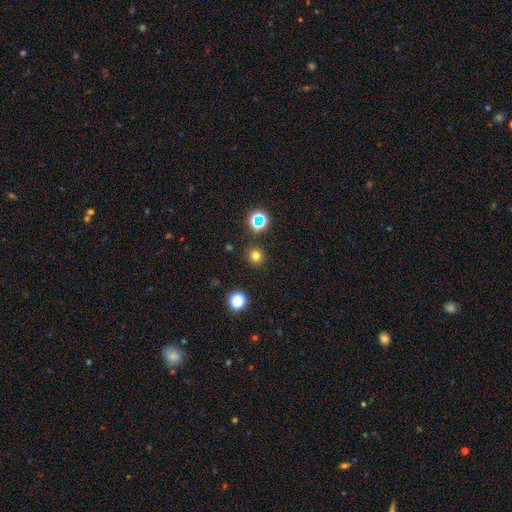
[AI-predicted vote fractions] The model was most divided on "smooth or featured": smooth: 74%, star or artifact: 20%, featured or disk: 6%. More confident: how rounded — round (91%); merging — none (89%).